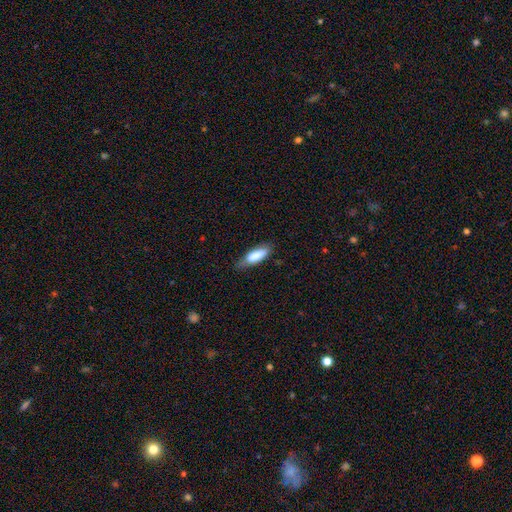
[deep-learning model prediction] Smooth or featured? Predicted: smooth (p=0.79). How rounded? Predicted: in between (p=0.52). Merging? Predicted: none (p=0.66).